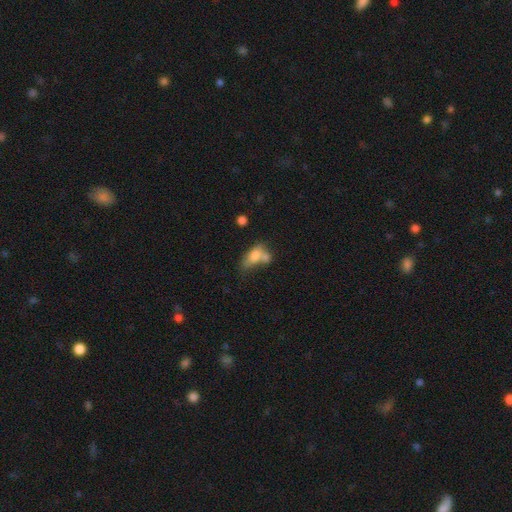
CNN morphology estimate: Smooth or featured: smooth — 71% (featured or disk — 20%)
How rounded: in between — 82% (round — 11%)
Merging: merger — 50% (none — 23%)